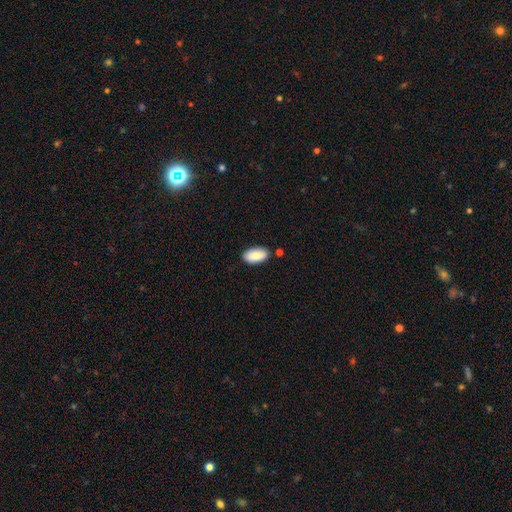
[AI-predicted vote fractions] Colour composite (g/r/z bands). It shows a smooth galaxy with no disk features (86%) that is in between round and cigar-shaped (95%). Merging: none (84%).